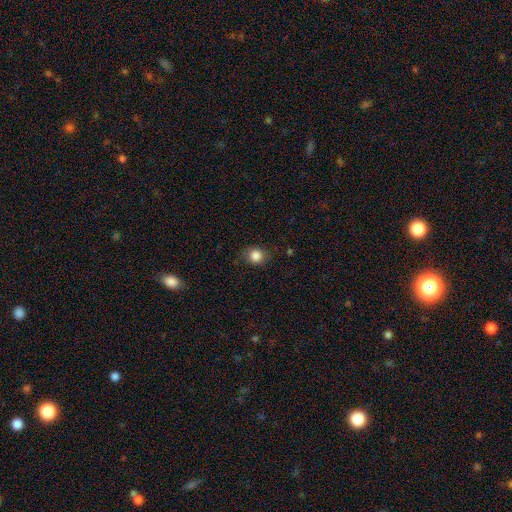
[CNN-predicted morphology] A smooth galaxy with no disk features (84%) that is round (76%).

Vote fractions:
- Smooth or featured? smooth: 84% / star or artifact: 10% / featured or disk: 5%
- How rounded? round: 76% / in between: 23% / cigar-shaped: 1%
- Merging? none: 81% / minor disturbance: 14% / major disturbance: 4% / merger: 1%